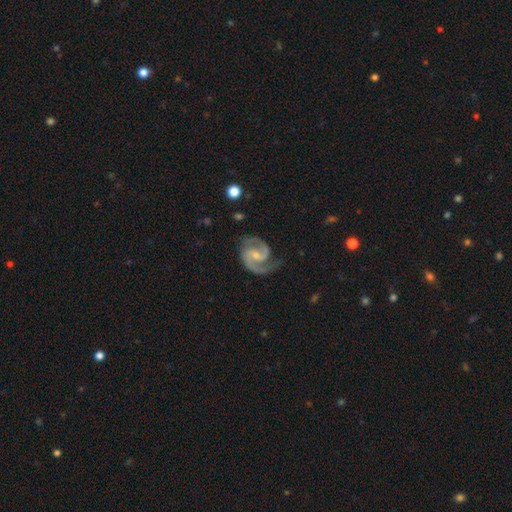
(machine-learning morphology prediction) smooth_or_featured: featured or disk (p=0.92) [alt: smooth p=0.04]
disk_edge_on: no (p=0.98) [alt: yes p=0.02]
bar: weak (p=0.52) [alt: no p=0.29]
has_spiral_arms: yes (p=0.98) [alt: no p=0.02]
spiral_winding: medium (p=0.62) [alt: tight p=0.25]
spiral_arm_count: 2 (p=0.92) [alt: 1 p=0.02]
bulge_size: small (p=0.55) [alt: moderate p=0.33]
merging: none (p=0.75) [alt: minor disturbance p=0.17]